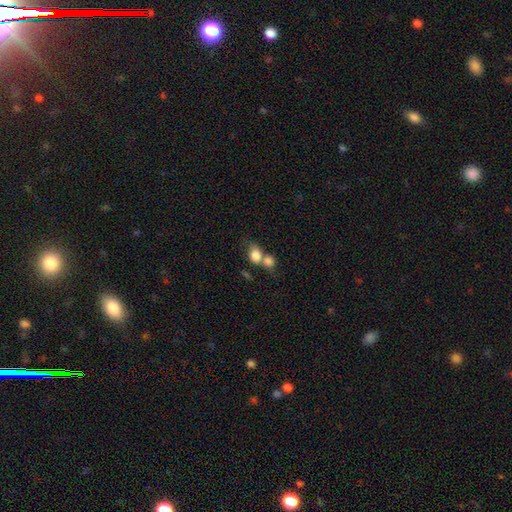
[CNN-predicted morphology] A smooth galaxy with no disk features (81%) that is in between round and cigar-shaped (54%).

Vote fractions:
- Smooth or featured? smooth: 81% / featured or disk: 10% / star or artifact: 8%
- How rounded? in between: 54% / round: 44% / cigar-shaped: 2%
- Merging? merger: 60% / none: 25% / minor disturbance: 9% / major disturbance: 6%